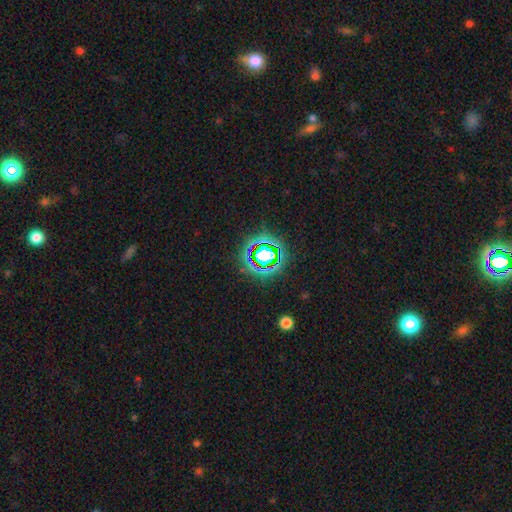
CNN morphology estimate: smooth-or-featured: star or artifact: 77% | smooth: 15% | featured or disk: 8%